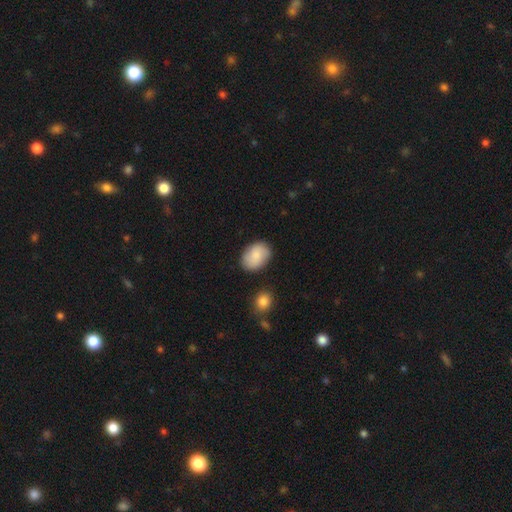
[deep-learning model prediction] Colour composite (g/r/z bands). It shows a smooth galaxy with no disk features (82%) that is in between round and cigar-shaped (79%). Merging: none (82%).